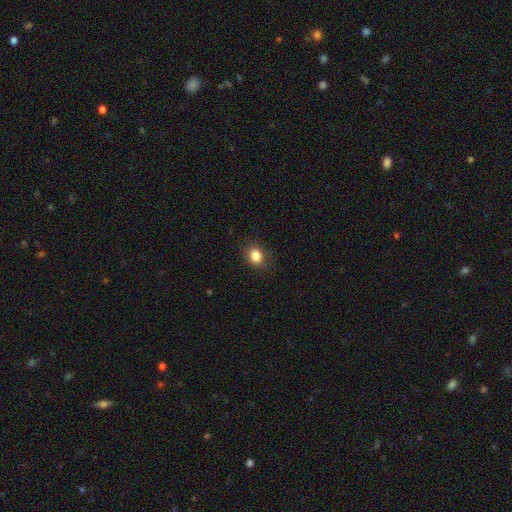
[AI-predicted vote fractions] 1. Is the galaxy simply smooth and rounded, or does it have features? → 85% smooth, 10% star or artifact, 5% featured or disk.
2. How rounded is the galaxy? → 61% in between, 38% round, 1% cigar-shaped.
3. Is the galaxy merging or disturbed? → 85% none, 11% minor disturbance, 3% major disturbance, 1% merger.